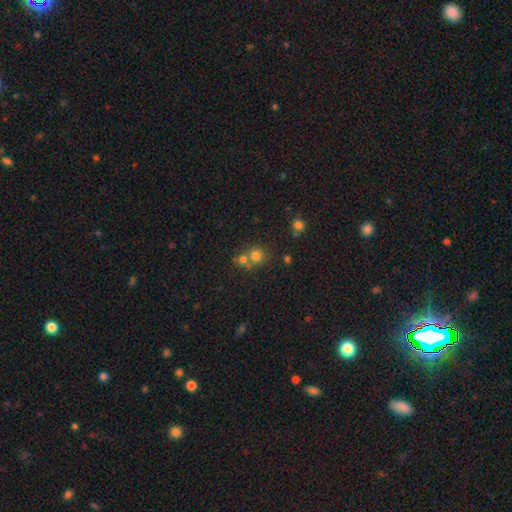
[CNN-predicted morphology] smooth-or-featured: smooth: 71% | star or artifact: 18% | featured or disk: 11%
  how-rounded: round: 86% | in between: 13% | cigar-shaped: 1%
  merging: none: 50% | merger: 40% | minor disturbance: 7% | major disturbance: 3%